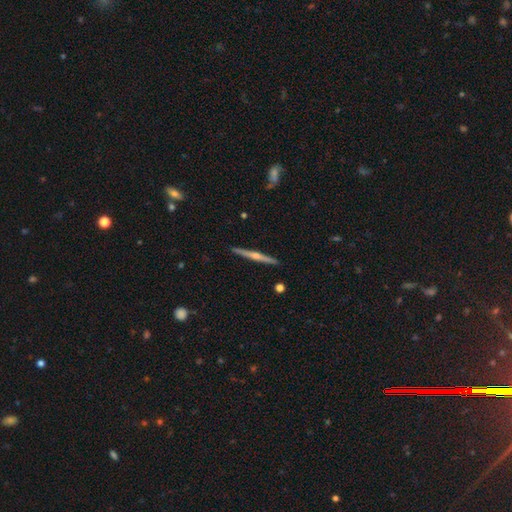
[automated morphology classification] Smooth or featured: featured or disk — 77% (smooth — 17%)
Edge-on disk: yes — 98% (no — 2%)
Edge-on bulge: rounded — 85% (none — 10%)
Merging: none — 91% (minor disturbance — 6%)